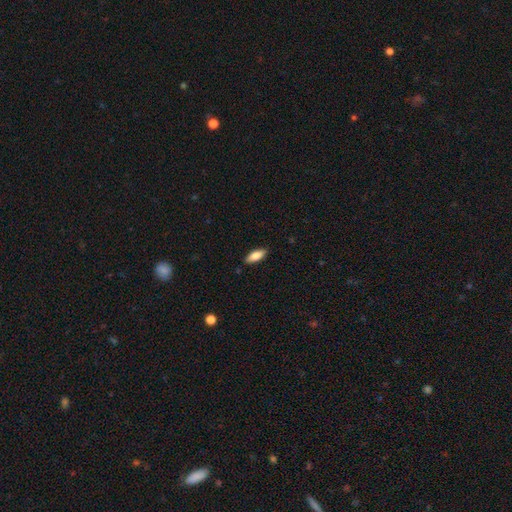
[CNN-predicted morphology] Smooth or featured? Predicted: smooth (p=0.83). How rounded? Predicted: in between (p=0.75). Merging? Predicted: none (p=0.87).